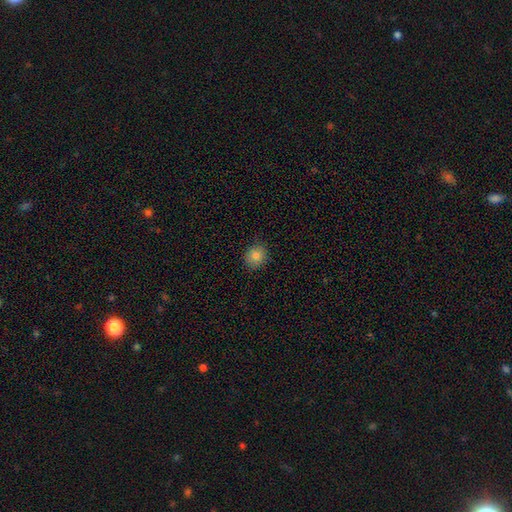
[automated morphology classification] smooth_or_featured: smooth (p=0.83) [alt: star or artifact p=0.11]
how_rounded: round (p=0.79) [alt: in between p=0.20]
merging: none (p=0.87) [alt: minor disturbance p=0.09]